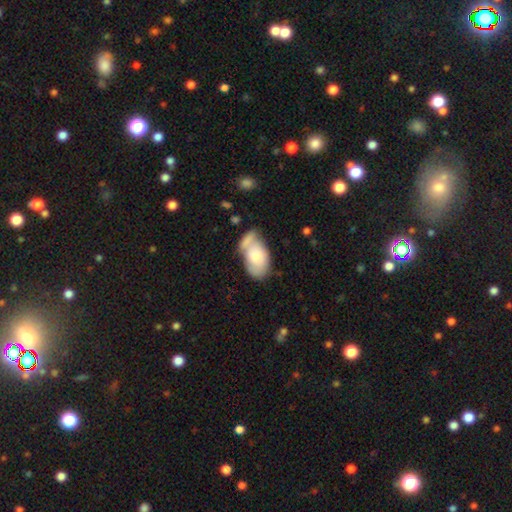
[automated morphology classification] type=smooth (70%); roundness=in between (93%); merging=merger (35%).